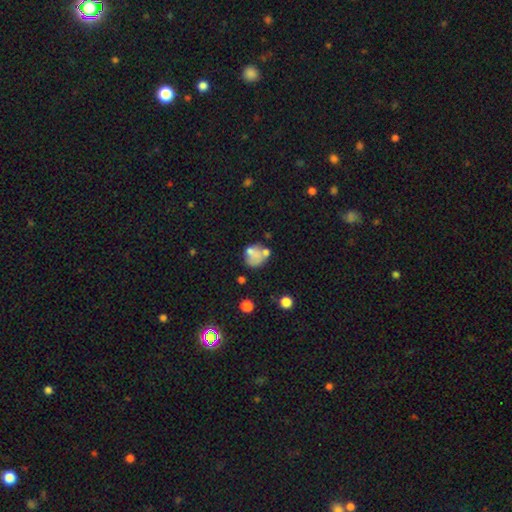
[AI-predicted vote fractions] Smooth or featured: smooth — 63% (featured or disk — 26%)
How rounded: round — 64% (in between — 35%)
Merging: none — 42% (minor disturbance — 22%)